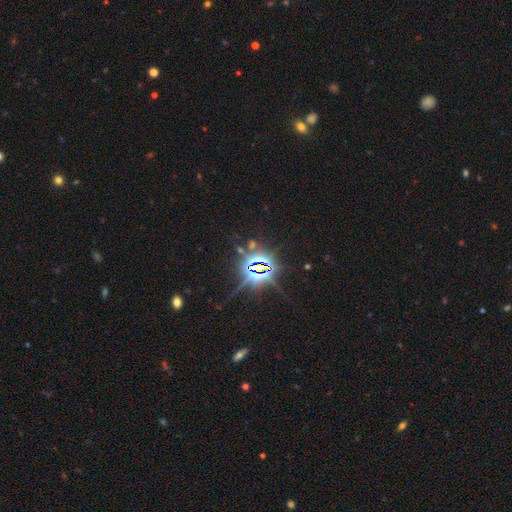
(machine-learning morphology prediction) smooth_or_featured: star or artifact (p=0.86) [alt: smooth p=0.07]